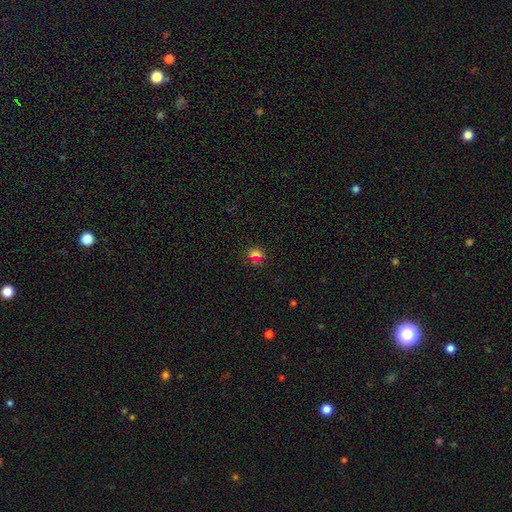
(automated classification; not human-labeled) Overall: smooth (63%; star or artifact 30%). How rounded: round (70%). Merging: none (78%).